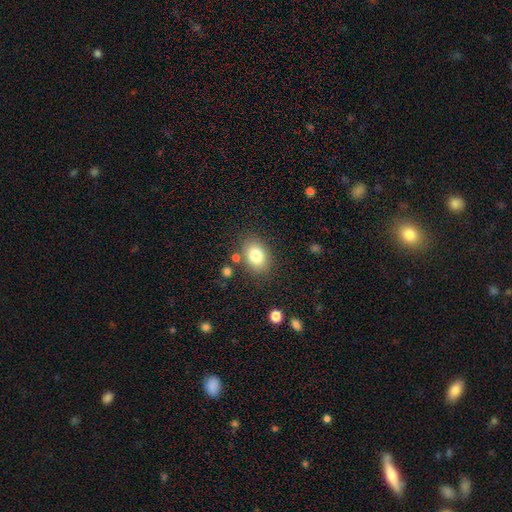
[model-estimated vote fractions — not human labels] smooth-or-featured: smooth: 80% | featured or disk: 10% | star or artifact: 9%
  how-rounded: in between: 70% | round: 29% | cigar-shaped: 1%
  merging: none: 80% | minor disturbance: 12% | merger: 5% | major disturbance: 4%